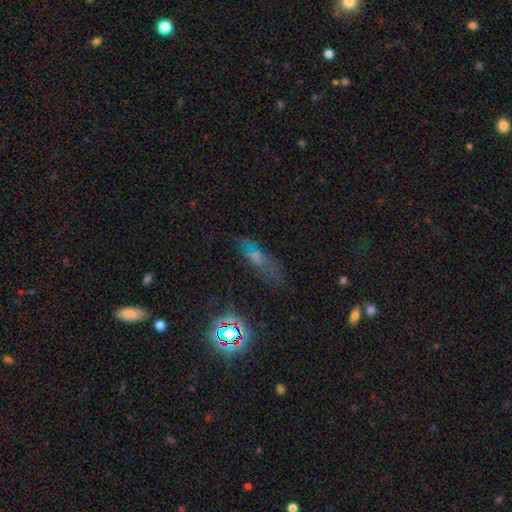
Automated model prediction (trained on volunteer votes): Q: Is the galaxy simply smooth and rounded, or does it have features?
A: smooth — 49%.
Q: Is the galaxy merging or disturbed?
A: none — 61%.